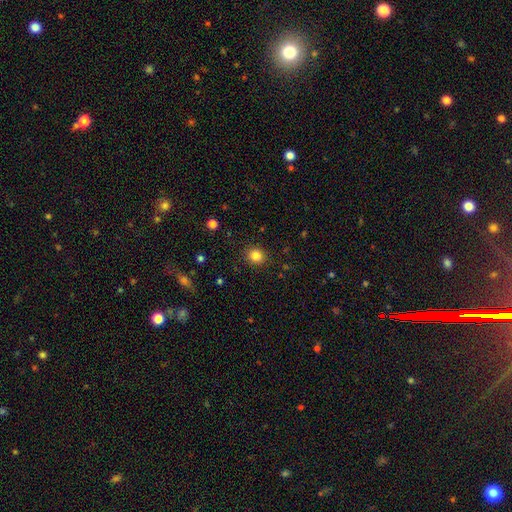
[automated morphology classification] The model was most divided on "how rounded": round: 84%, in between: 16%, cigar-shaped: 1%. More confident: merging — none (90%); smooth or featured — smooth (83%).